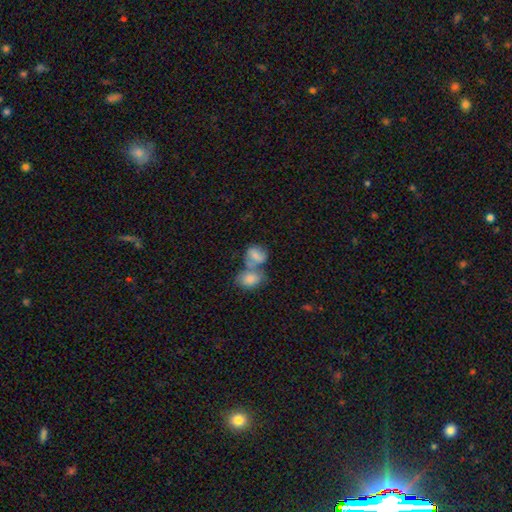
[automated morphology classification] Smooth or featured?
  - smooth: 71% *
  - featured or disk: 21%
  - star or artifact: 8%
How rounded?
  - in between: 65% *
  - round: 34%
  - cigar-shaped: 2%
Merging?
  - merger: 66% *
  - none: 20%
  - minor disturbance: 9%
  - major disturbance: 5%